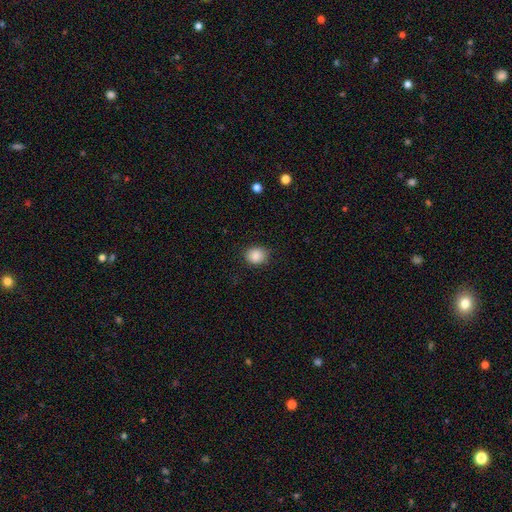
This is clearly a smooth galaxy (95%). How rounded: likely round (61%). Merging: clearly none (97%).